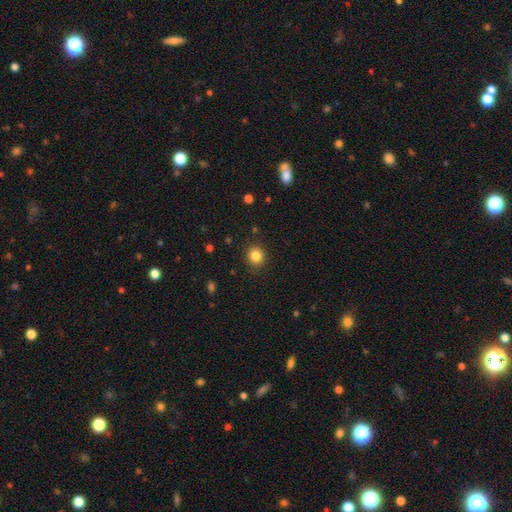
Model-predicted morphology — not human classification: smooth_or_featured: smooth (p=0.84) [alt: star or artifact p=0.11]
how_rounded: round (p=0.83) [alt: in between p=0.16]
merging: none (p=0.89) [alt: minor disturbance p=0.08]